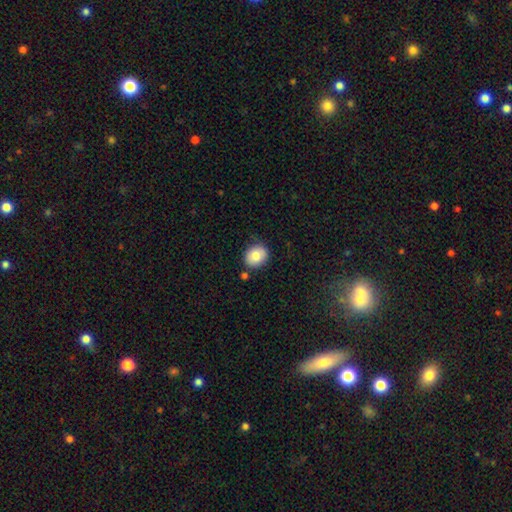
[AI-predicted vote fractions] Morphology: type=smooth (80%); roundness=round (66%); merging=none (77%).